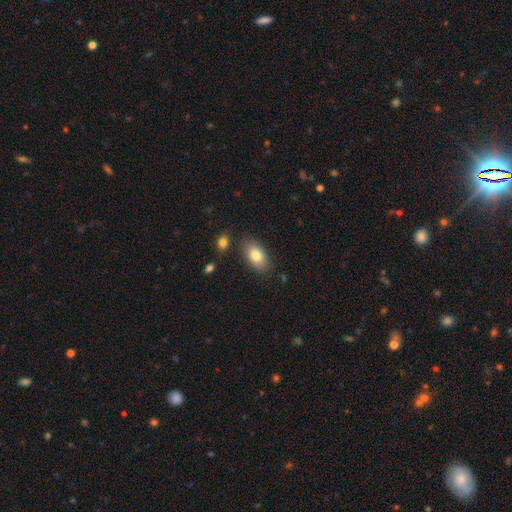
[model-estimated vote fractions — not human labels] This is clearly a smooth galaxy (81%). How rounded: clearly in between (92%). Merging: clearly none (83%).